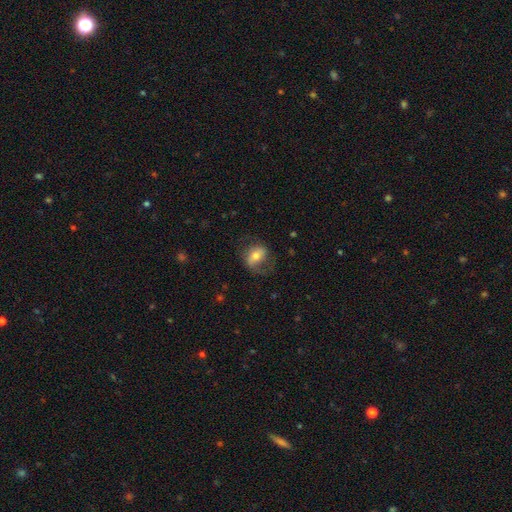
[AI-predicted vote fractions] Smooth or featured? Predicted: smooth (p=0.53). How rounded? Predicted: in between (p=0.65). Merging? Predicted: none (p=0.58).